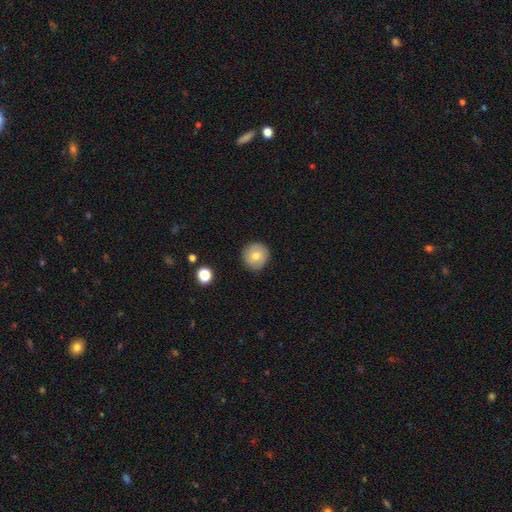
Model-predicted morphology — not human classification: smooth-or-featured: smooth: 73% | featured or disk: 18% | star or artifact: 9%
  how-rounded: round: 93% | in between: 6% | cigar-shaped: 1%
  merging: none: 87% | minor disturbance: 10% | major disturbance: 2% | merger: 1%